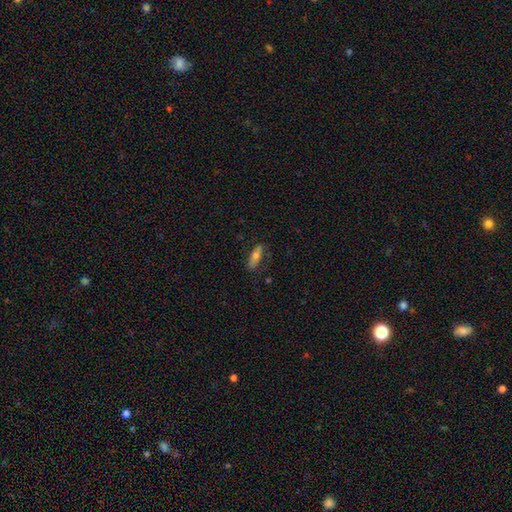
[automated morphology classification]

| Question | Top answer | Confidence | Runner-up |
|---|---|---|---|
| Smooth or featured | smooth | 59% | featured or disk (33%) |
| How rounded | cigar-shaped | 53% | in between (44%) |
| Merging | none | 77% | minor disturbance (17%) |